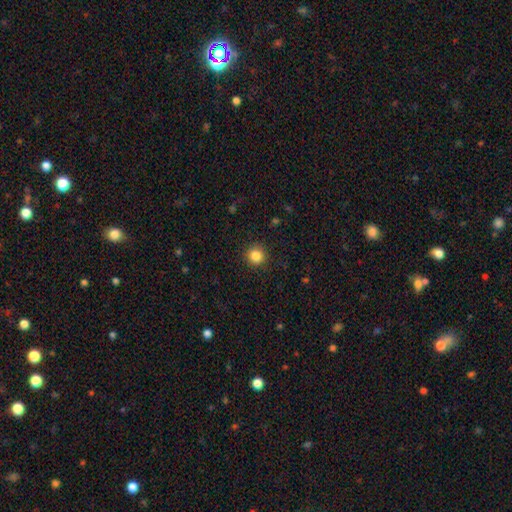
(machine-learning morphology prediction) smooth-or-featured: smooth: 85% | star or artifact: 11% | featured or disk: 4%
  how-rounded: round: 94% | in between: 5% | cigar-shaped: 1%
  merging: none: 91% | minor disturbance: 6% | major disturbance: 2% | merger: 1%